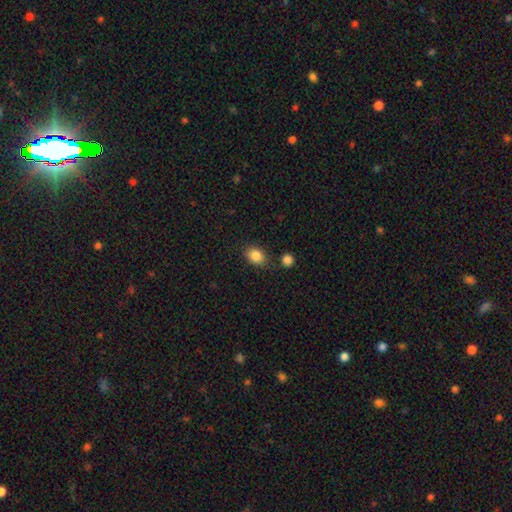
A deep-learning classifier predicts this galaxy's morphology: This appears to be a smooth galaxy with no disk features (86%) that is in between round and cigar-shaped (62%). Merging: none (75%).